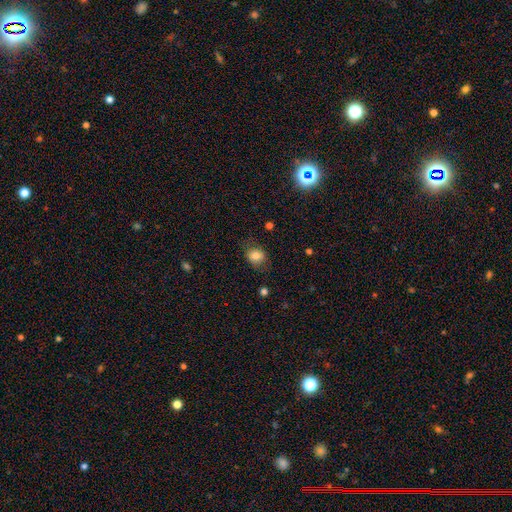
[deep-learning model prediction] Overall: smooth (79%). How rounded: round (53%; in between 46%). Merging: none (71%).